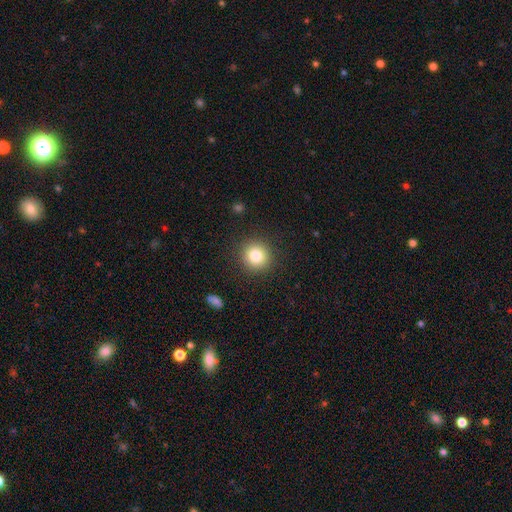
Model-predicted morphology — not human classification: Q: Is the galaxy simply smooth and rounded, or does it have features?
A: smooth — 82%.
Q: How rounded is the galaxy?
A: round — 93%.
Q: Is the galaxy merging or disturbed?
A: none — 90%.